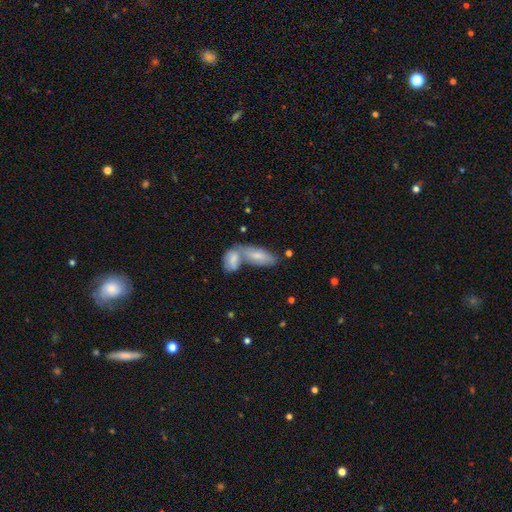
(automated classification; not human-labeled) Smooth or featured? Predicted: smooth (p=0.63). How rounded? Predicted: in between (p=0.75). Merging? Predicted: merger (p=0.58).